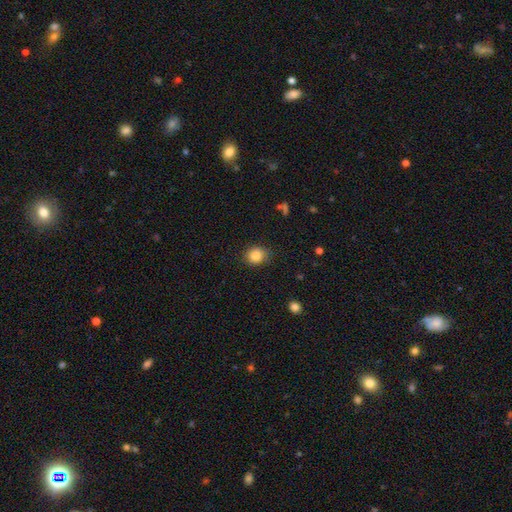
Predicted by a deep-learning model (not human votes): Smooth or featured?
  - smooth: 85% *
  - star or artifact: 10%
  - featured or disk: 5%
How rounded?
  - round: 75% *
  - in between: 24%
  - cigar-shaped: 1%
Merging?
  - none: 82% *
  - minor disturbance: 14%
  - major disturbance: 3%
  - merger: 1%